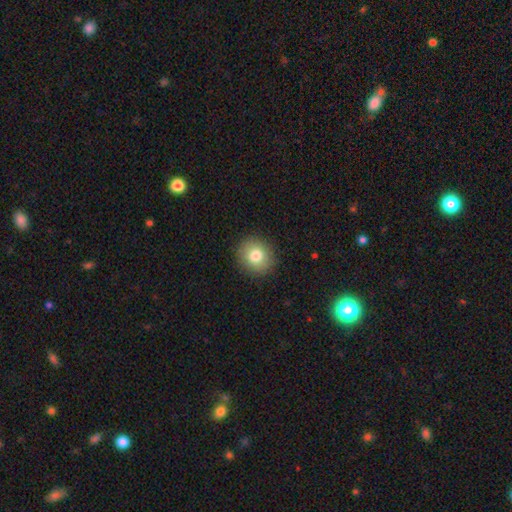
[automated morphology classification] Overall: smooth (80%). How rounded: round (83%). Merging: none (90%).